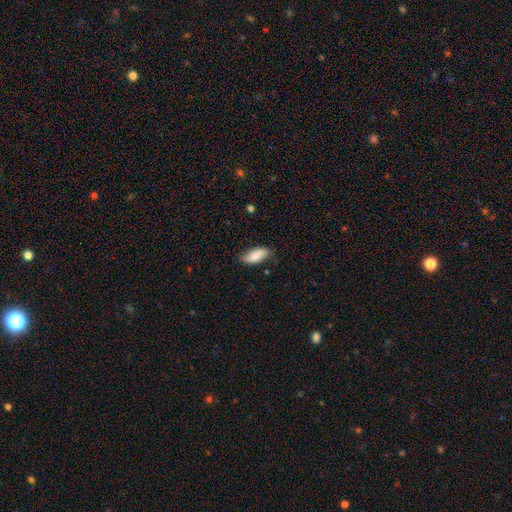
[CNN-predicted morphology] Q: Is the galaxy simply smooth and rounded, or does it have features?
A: smooth — 76%.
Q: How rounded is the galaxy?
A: in between — 86%.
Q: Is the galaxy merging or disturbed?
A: none — 75%.